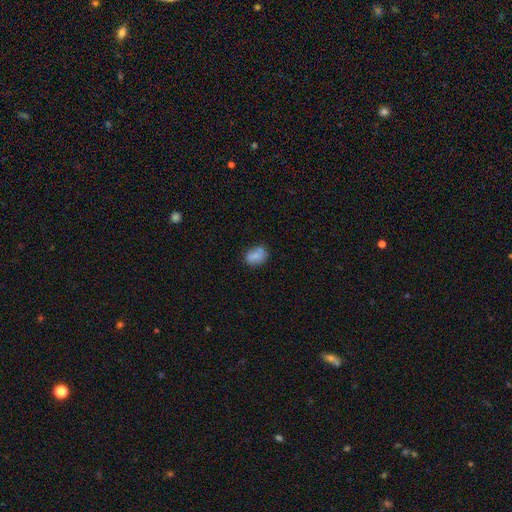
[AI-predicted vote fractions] smooth 73%, featured or disk 18%, star or artifact 9%. Down the decision tree: how rounded — in between (67%); merging — none (61%).